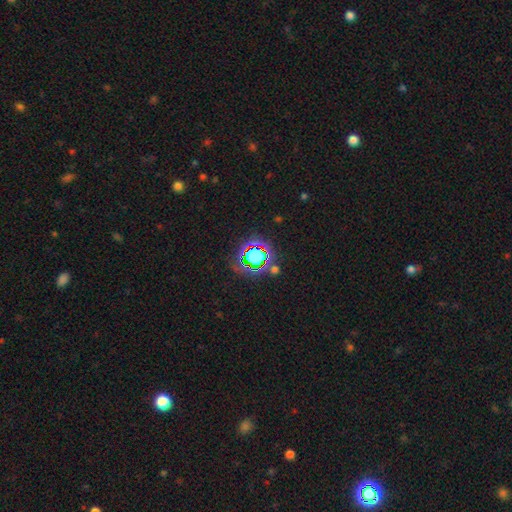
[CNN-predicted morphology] Overall: star or artifact (63%; smooth 24%).